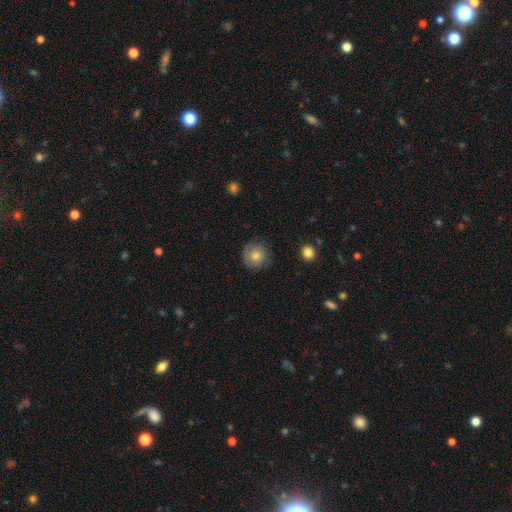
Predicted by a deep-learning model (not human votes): Overall: smooth (78%). How rounded: round (94%). Merging: none (84%).